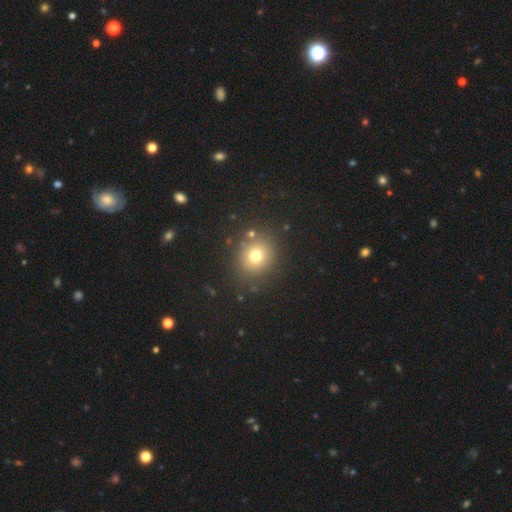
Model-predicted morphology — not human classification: Q: Smooth or featured?
A: smooth (73%); runner-up: star or artifact (16%)
Q: How rounded?
A: round (77%); runner-up: in between (22%)
Q: Merging?
A: none (84%); runner-up: minor disturbance (9%)